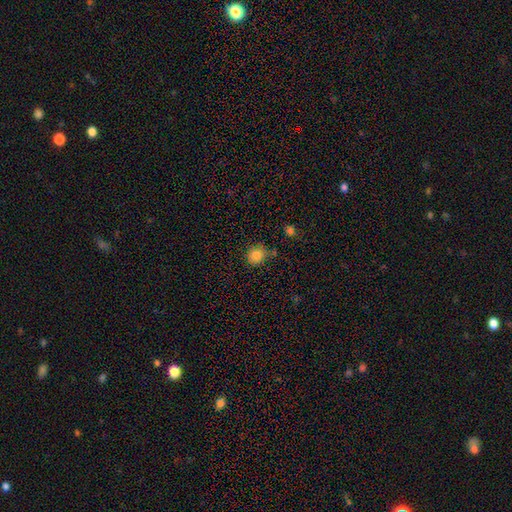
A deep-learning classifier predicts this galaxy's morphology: Overall: smooth (84%). How rounded: round (83%). Merging: none (75%).